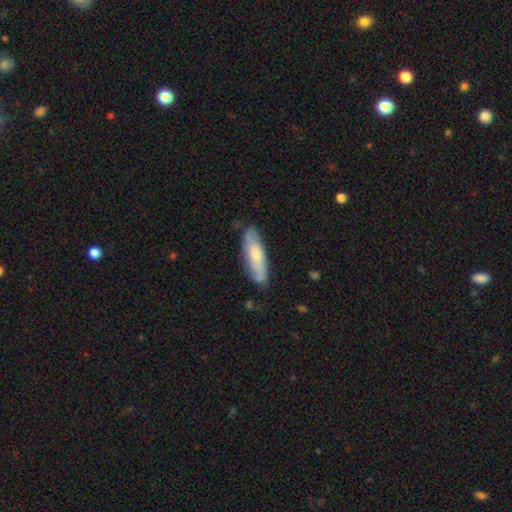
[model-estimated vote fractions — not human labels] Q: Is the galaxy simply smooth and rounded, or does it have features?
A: smooth — 61%.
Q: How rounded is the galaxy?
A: cigar-shaped — 54%.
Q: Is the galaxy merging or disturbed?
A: none — 77%.